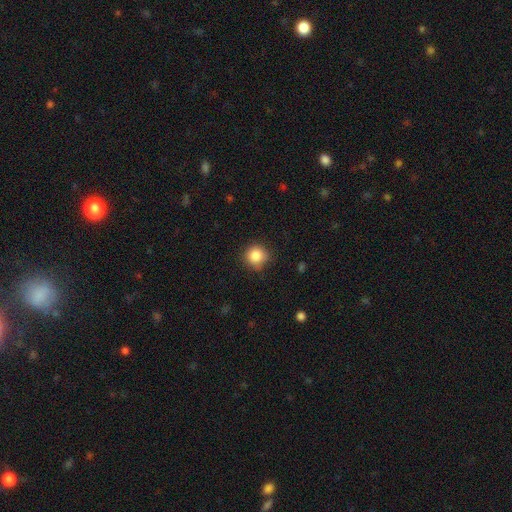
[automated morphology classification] This is clearly a smooth galaxy (86%). How rounded: clearly round (92%). Merging: clearly none (83%).